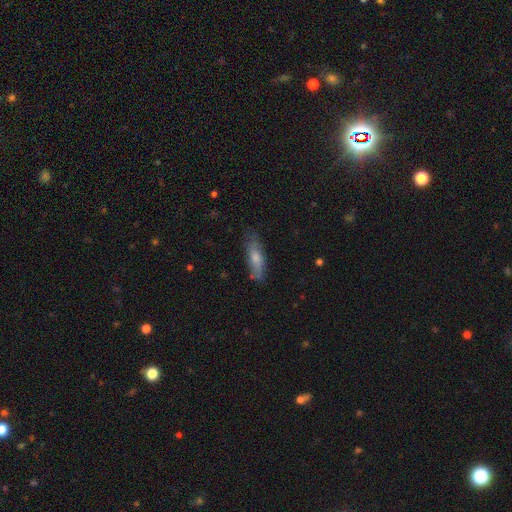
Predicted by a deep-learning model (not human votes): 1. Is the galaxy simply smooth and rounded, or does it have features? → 52% smooth, 38% featured or disk, 10% star or artifact.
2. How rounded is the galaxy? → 60% cigar-shaped, 38% in between, 3% round.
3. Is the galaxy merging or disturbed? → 77% none, 17% minor disturbance, 4% major disturbance, 1% merger.